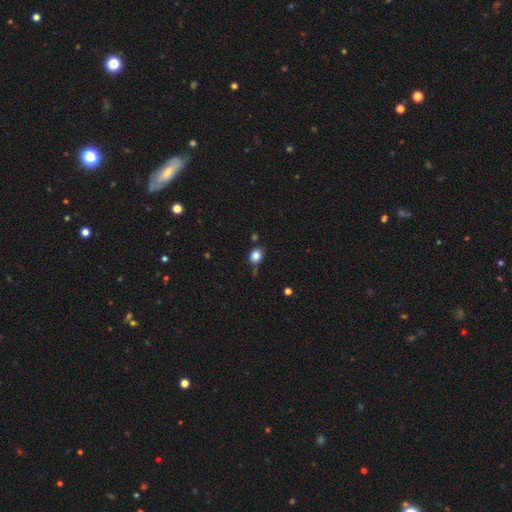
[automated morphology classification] Smooth or featured? smooth (84%)
How rounded? round (53%)
Merging? none (72%)